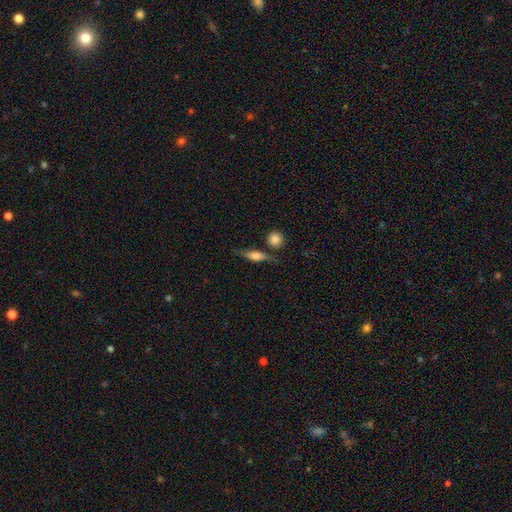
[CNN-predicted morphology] This appears to be a featured or disk galaxy (50%). Merging: none (73%).